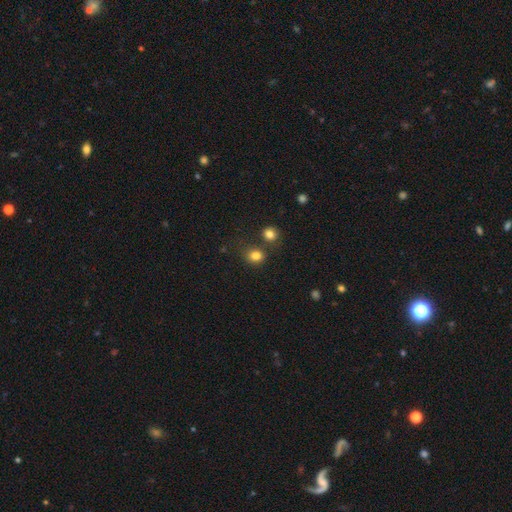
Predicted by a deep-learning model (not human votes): smooth_or_featured: smooth (p=0.80) [alt: star or artifact p=0.14]
how_rounded: round (p=0.73) [alt: in between p=0.26]
merging: none (p=0.70) [alt: merger p=0.15]